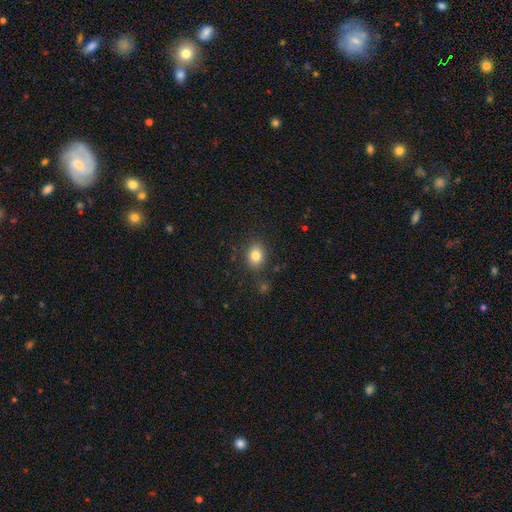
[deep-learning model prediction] smooth_or_featured: smooth (p=0.81) [alt: star or artifact p=0.11]
how_rounded: in between (p=0.52) [alt: round p=0.47]
merging: none (p=0.84) [alt: minor disturbance p=0.10]